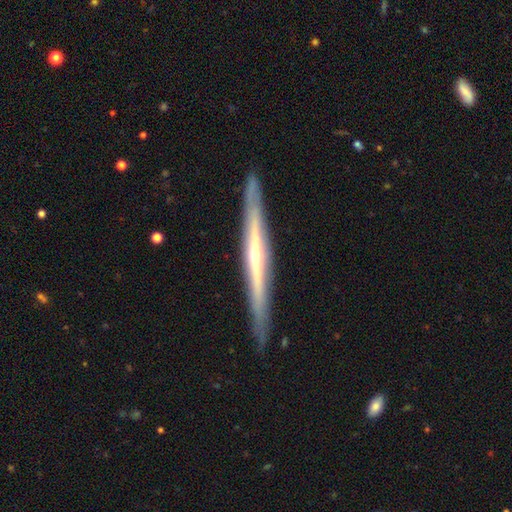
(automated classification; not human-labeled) A featured or disk galaxy (78%) viewed edge-on (97%) with a rounded central bulge (63%). Merging: none (90%).